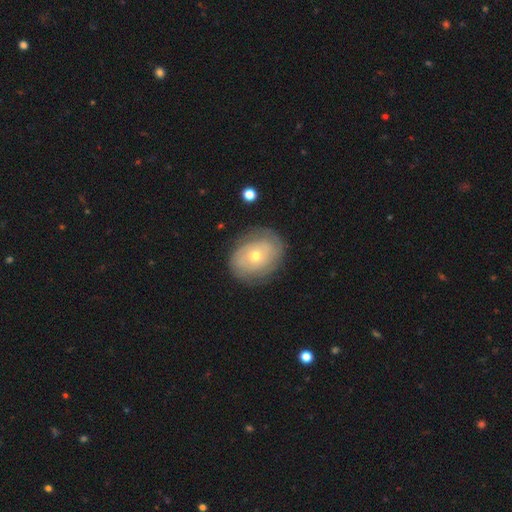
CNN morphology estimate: Overall: featured or disk (63%; smooth 30%). Edge-on disk: no (96%). Bar: no (85%). Spiral arms: yes (71%). Bulge size: small (54%; moderate 43%). Merging: none (77%).